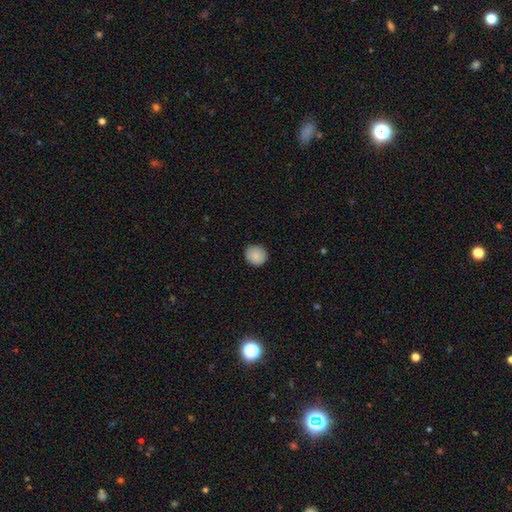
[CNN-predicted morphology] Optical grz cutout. It shows a smooth galaxy with no disk features (88%) that is round (90%). Merging: none (88%).